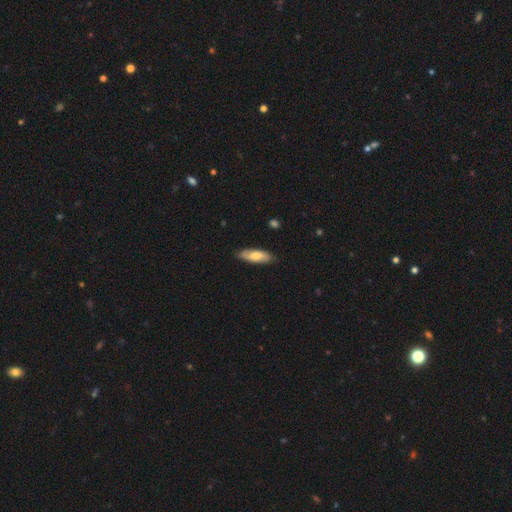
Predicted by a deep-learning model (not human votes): Morphology: type=smooth (63%); roundness=in between (59%); merging=none (85%).